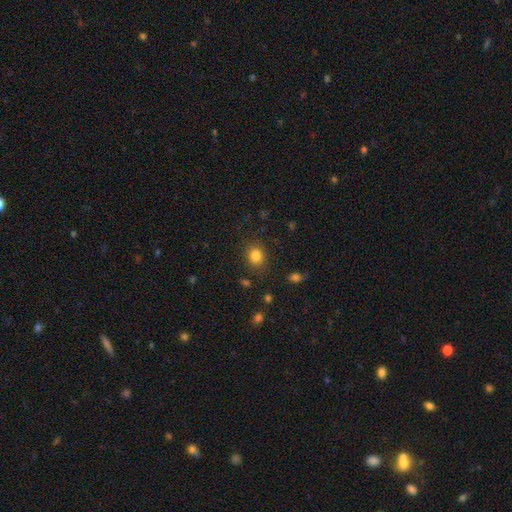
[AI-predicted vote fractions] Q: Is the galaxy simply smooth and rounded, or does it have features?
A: smooth — 83%.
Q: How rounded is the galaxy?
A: round — 56%.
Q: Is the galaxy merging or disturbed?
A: none — 83%.